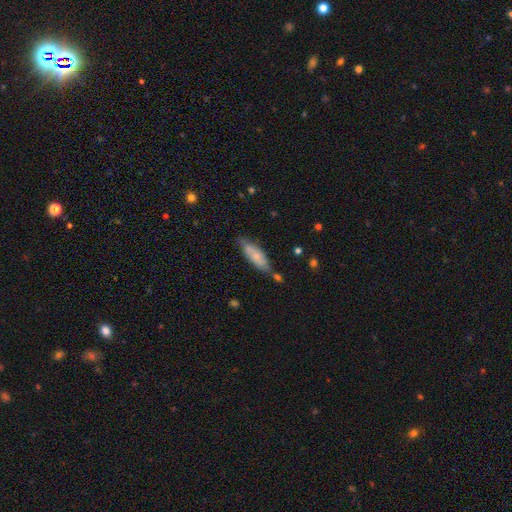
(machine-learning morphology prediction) smooth 63%, featured or disk 31%, star or artifact 7%. Down the decision tree: how rounded — in between (54%); merging — none (57%).